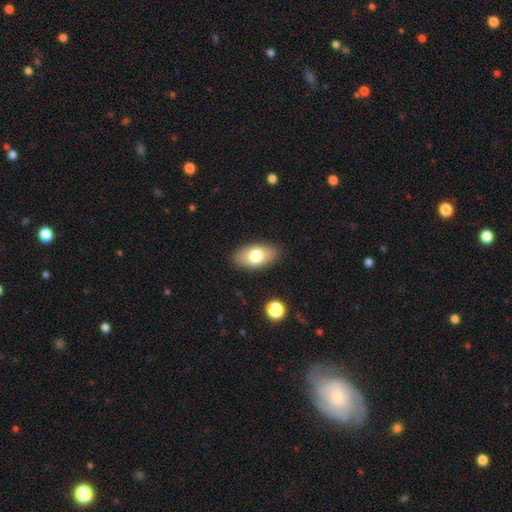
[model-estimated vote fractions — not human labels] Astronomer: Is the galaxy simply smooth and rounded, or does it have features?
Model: smooth — 74%.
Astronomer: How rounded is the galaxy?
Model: in between — 92%.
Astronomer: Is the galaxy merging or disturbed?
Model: none — 87%.